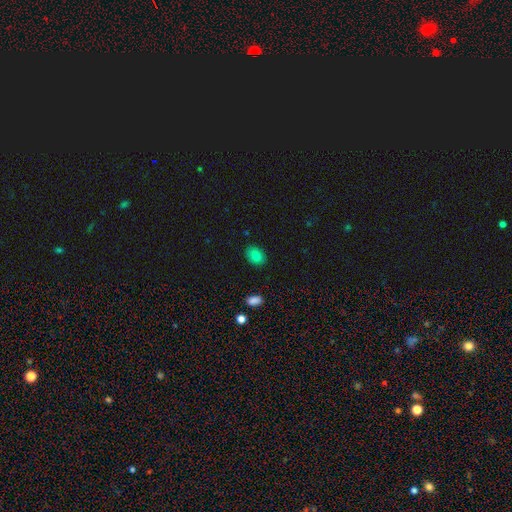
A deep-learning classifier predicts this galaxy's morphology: smooth-or-featured: smooth: 81% | star or artifact: 10% | featured or disk: 9%
  how-rounded: in between: 71% | round: 28% | cigar-shaped: 1%
  merging: none: 86% | minor disturbance: 11% | major disturbance: 2% | merger: 1%